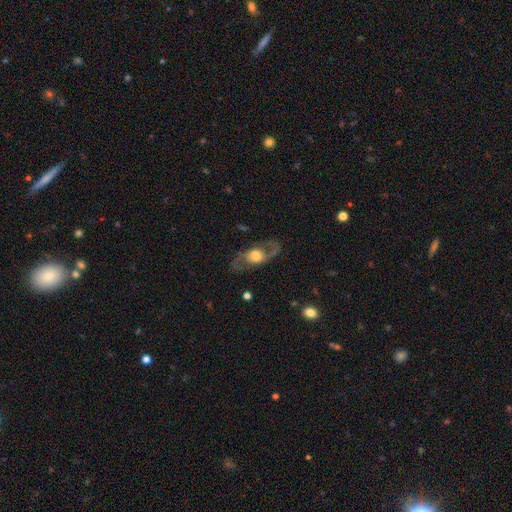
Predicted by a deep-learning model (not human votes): This is likely a featured or disk galaxy (71%). It is clearly not viewed edge-on (86%). Bar: likely no (72%). Spiral arm pattern: likely yes (73%). Central bulge: marginally large (43%). Merging: likely none (74%).